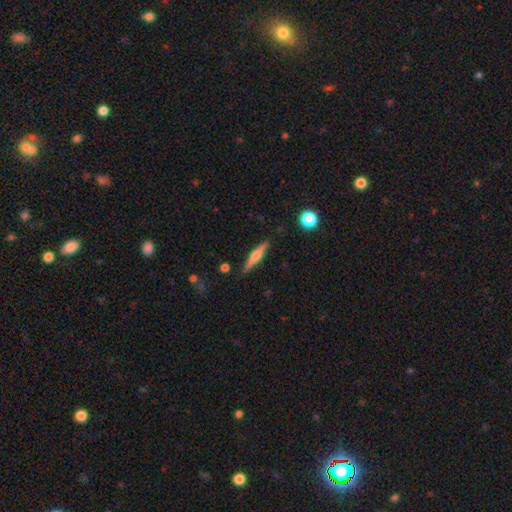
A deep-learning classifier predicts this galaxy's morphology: Smooth or featured? Predicted: featured or disk (p=0.57). Edge-on disk? Predicted: yes (p=0.96). Edge-on bulge? Predicted: rounded (p=0.84). Merging? Predicted: none (p=0.86).